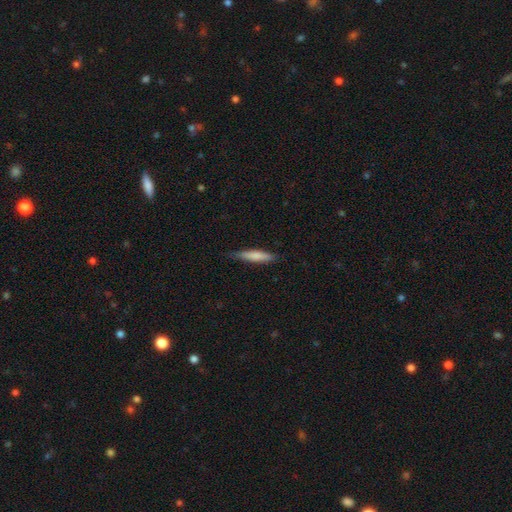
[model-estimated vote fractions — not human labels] smooth-or-featured: smooth: 75% | featured or disk: 19% | star or artifact: 6%
  how-rounded: cigar-shaped: 86% | in between: 13% | round: 1%
  merging: none: 79% | minor disturbance: 17% | major disturbance: 3% | merger: 1%